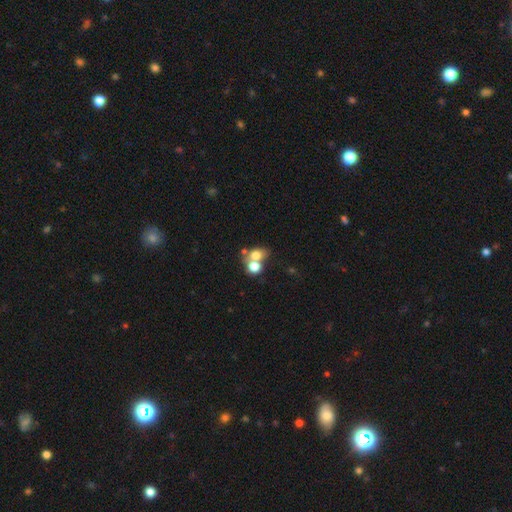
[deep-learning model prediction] Q: Smooth or featured?
A: smooth (70%); runner-up: featured or disk (17%)
Q: How rounded?
A: round (55%); runner-up: in between (43%)
Q: Merging?
A: merger (54%); runner-up: none (33%)